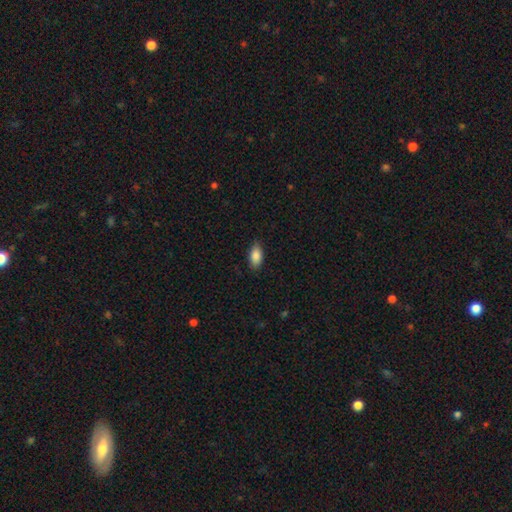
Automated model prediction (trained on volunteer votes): smooth_or_featured: smooth (p=0.87) [alt: star or artifact p=0.07]
how_rounded: in between (p=0.92) [alt: cigar-shaped p=0.05]
merging: none (p=0.85) [alt: minor disturbance p=0.12]